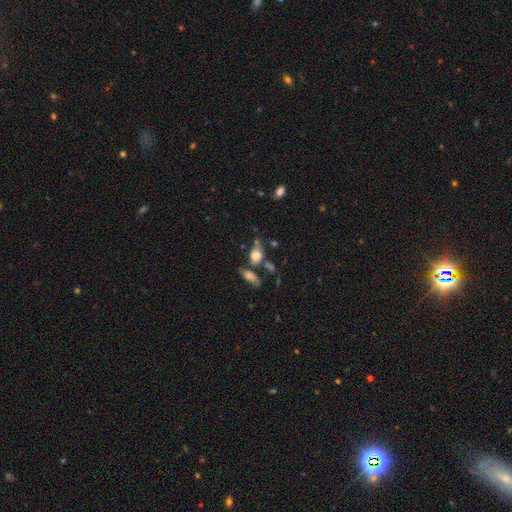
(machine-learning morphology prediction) type=smooth (72%); roundness=in between (57%); merging=none (41%).